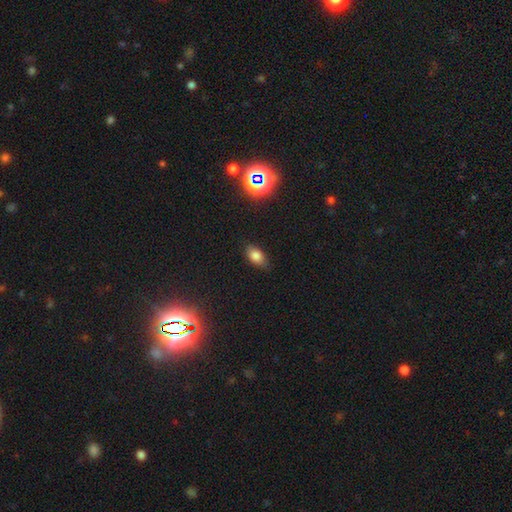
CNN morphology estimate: A smooth galaxy with no disk features (79%) that is in between round and cigar-shaped (88%). Merging: none (81%).